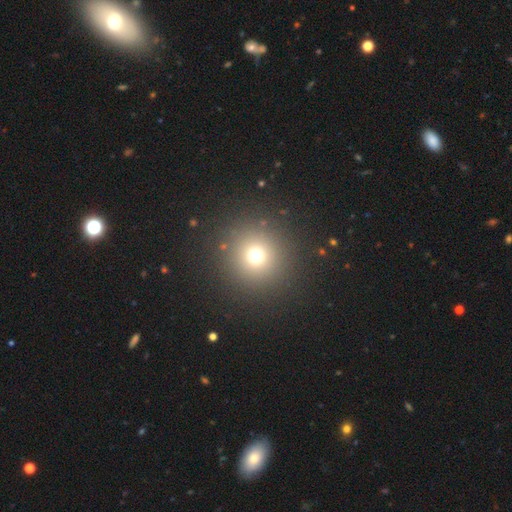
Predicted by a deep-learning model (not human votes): Overall: smooth (69%). How rounded: round (95%). Merging: none (88%).